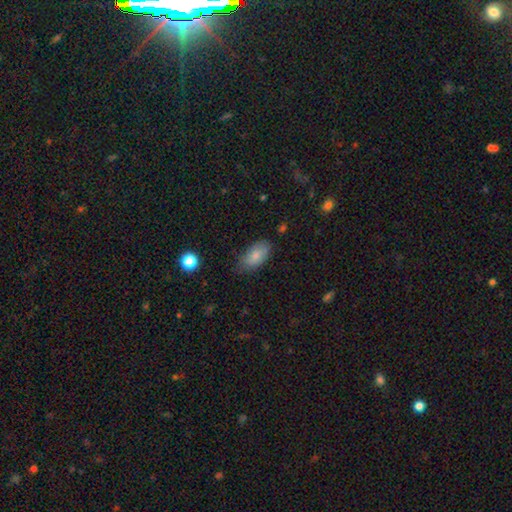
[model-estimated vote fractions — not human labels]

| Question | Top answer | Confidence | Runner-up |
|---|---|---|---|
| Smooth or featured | smooth | 81% | featured or disk (12%) |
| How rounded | in between | 93% | round (4%) |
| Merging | none | 70% | minor disturbance (24%) |